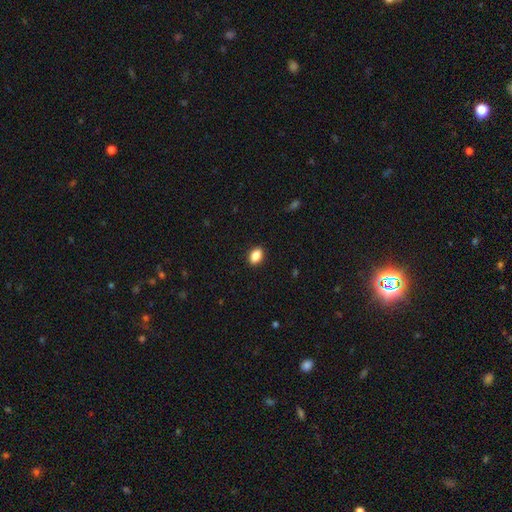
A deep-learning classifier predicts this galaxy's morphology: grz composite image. It shows a smooth galaxy with no disk features (87%) that is in between round and cigar-shaped (83%). Merging: none (90%).